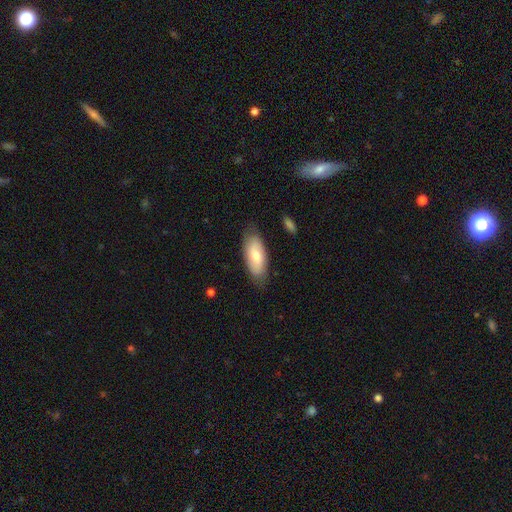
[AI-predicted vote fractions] Smooth or featured? Predicted: smooth (p=0.69). How rounded? Predicted: in between (p=0.85). Merging? Predicted: none (p=0.78).